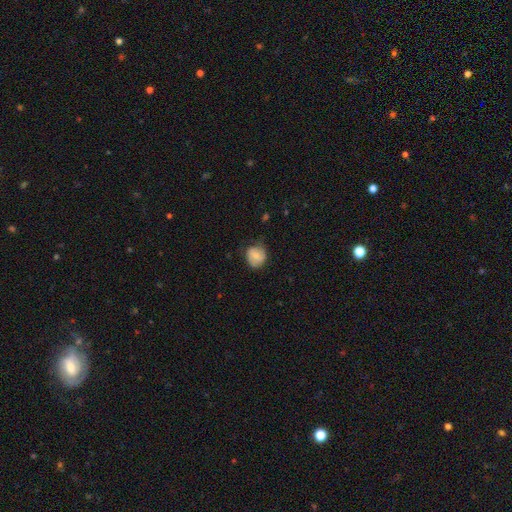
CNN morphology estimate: Smooth or featured? Predicted: smooth (p=0.67). How rounded? Predicted: round (p=0.67). Merging? Predicted: none (p=0.63).